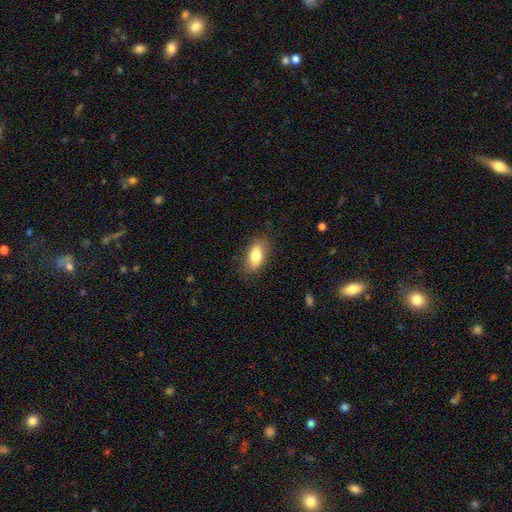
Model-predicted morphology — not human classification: Smooth or featured: smooth — 80% (featured or disk — 12%)
How rounded: in between — 85% (cigar-shaped — 10%)
Merging: none — 82% (minor disturbance — 13%)